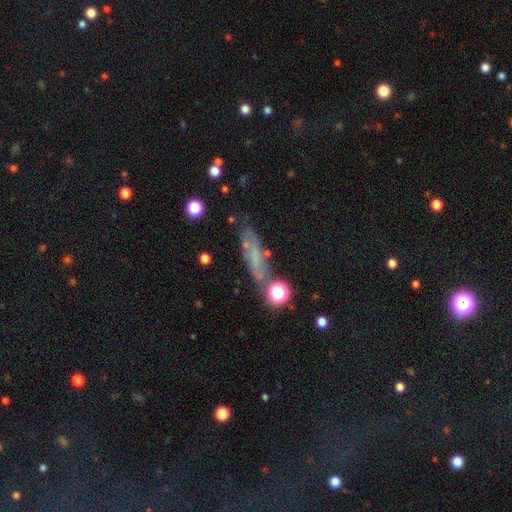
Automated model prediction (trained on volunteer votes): Overall: smooth (42%; featured or disk 40%). Merging: none (62%).